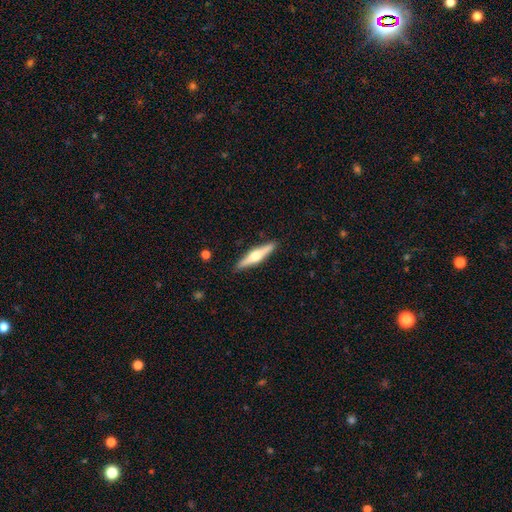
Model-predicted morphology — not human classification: featured or disk 65%, smooth 30%, star or artifact 5%. Down the decision tree: edge-on disk — yes (98%); edge-on bulge — rounded (93%); merging — none (91%).